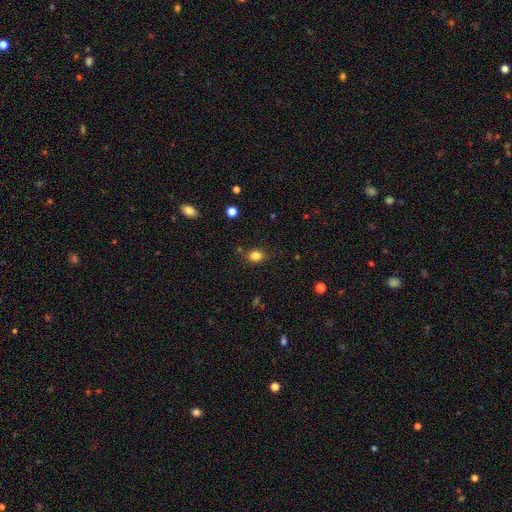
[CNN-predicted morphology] This is clearly a smooth galaxy (83%). How rounded: possibly in between (60%). Merging: clearly none (83%).